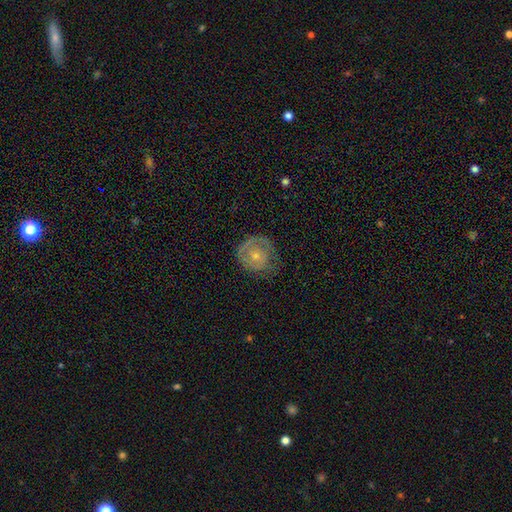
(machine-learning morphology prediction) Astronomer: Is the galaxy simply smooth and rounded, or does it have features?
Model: featured or disk — 56% (runner-up: smooth, 36%).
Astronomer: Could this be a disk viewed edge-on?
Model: no — 97%.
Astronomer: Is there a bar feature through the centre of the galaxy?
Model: no — 83%.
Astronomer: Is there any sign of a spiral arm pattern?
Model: yes — 69%.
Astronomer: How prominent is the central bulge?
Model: small — 55% (runner-up: moderate, 39%).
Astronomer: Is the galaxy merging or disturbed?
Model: none — 62%.